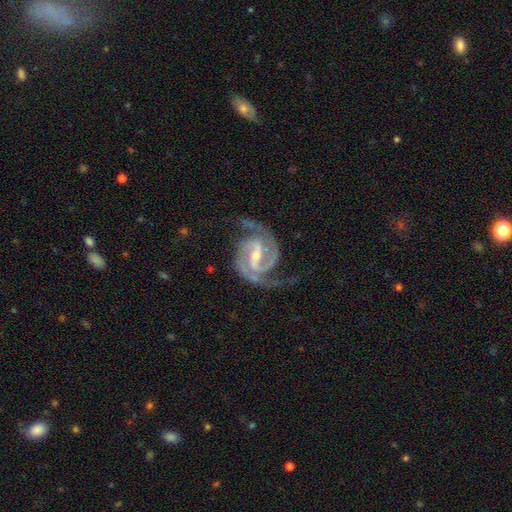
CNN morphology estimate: Smooth or featured? featured or disk (94%)
Edge-on disk? no (98%)
Bar? strong (49%)
Spiral arms? yes (99%)
Spiral winding? medium (56%)
Spiral arm count? 2 (88%)
Bulge size? small (51%)
Merging? none (71%)